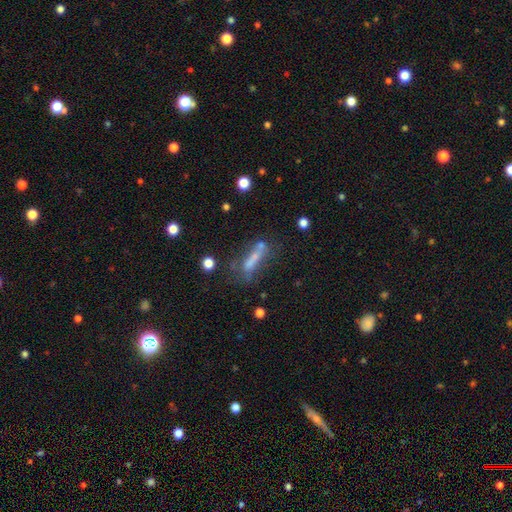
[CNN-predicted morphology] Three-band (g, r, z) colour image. It shows a smooth galaxy with no disk features (47%). Merging: none (43%).